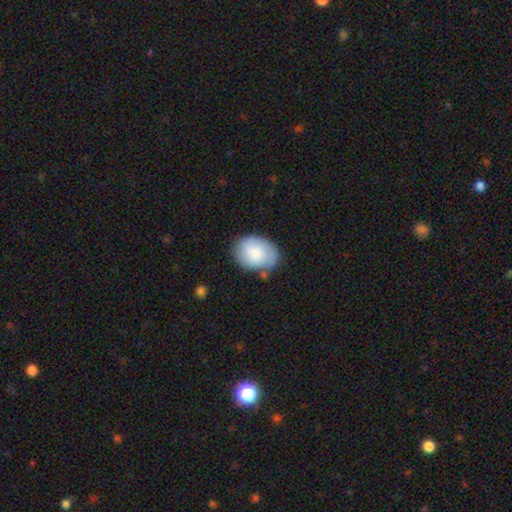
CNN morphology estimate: A smooth galaxy with no disk features (81%) that is in between round and cigar-shaped (71%). Merging: none (66%).